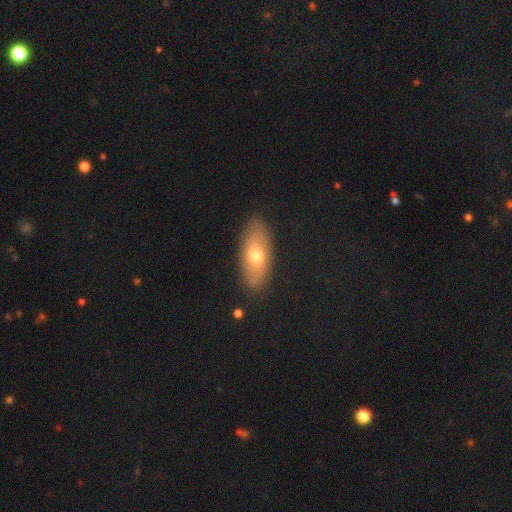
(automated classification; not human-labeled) Smooth or featured? smooth (62%)
How rounded? in between (80%)
Merging? none (86%)